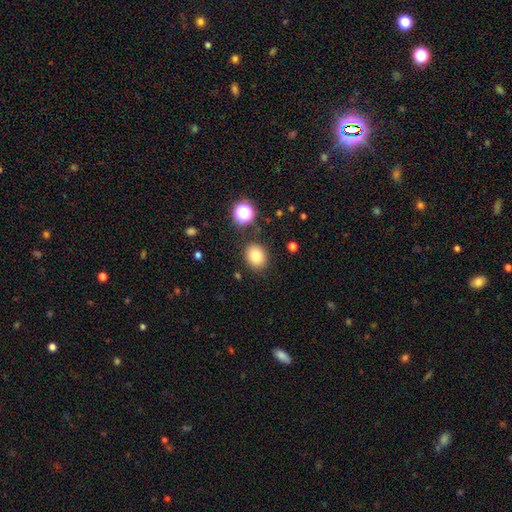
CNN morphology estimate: Smooth or featured?
  - smooth: 81% *
  - star or artifact: 12%
  - featured or disk: 7%
How rounded?
  - round: 57% *
  - in between: 42%
  - cigar-shaped: 1%
Merging?
  - none: 85% *
  - minor disturbance: 9%
  - major disturbance: 3%
  - merger: 3%